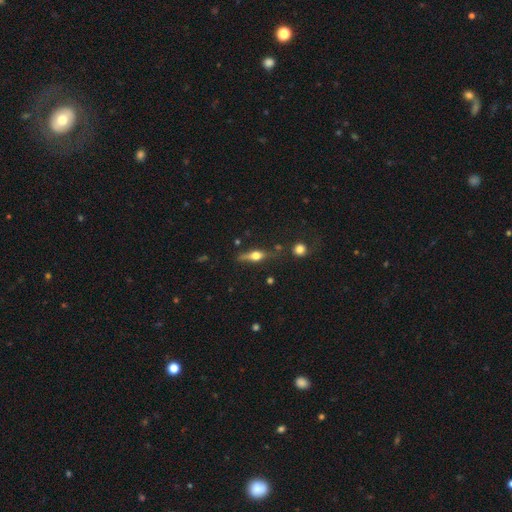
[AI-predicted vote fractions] A featured or disk galaxy (63%) viewed edge-on (94%) with a rounded central bulge (95%).

Vote fractions:
- Smooth or featured? featured or disk: 63% / smooth: 29% / star or artifact: 8%
- Edge-on disk? yes: 94% / no: 6%
- Edge-on bulge? rounded: 95% / boxy: 3% / none: 2%
- Merging? none: 76% / minor disturbance: 15% / major disturbance: 5% / merger: 5%